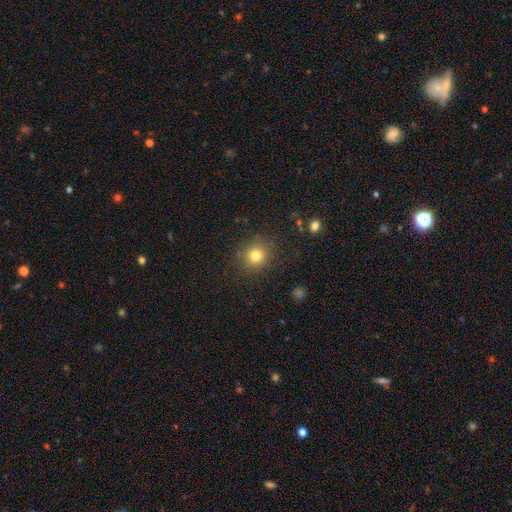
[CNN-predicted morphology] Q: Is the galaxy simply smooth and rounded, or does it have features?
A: smooth — 79%.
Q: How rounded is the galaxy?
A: round — 85%.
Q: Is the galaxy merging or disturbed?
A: none — 86%.